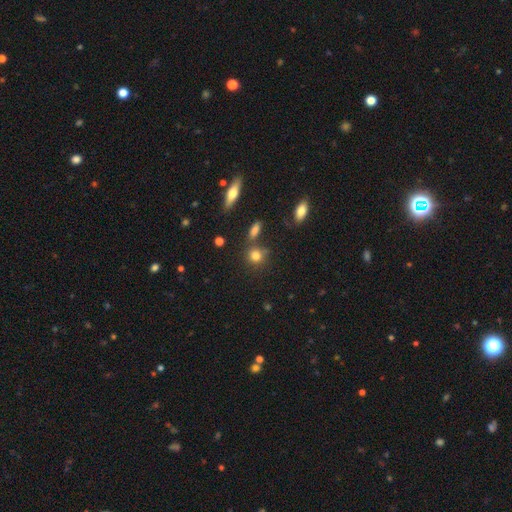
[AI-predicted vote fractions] Smooth or featured?
  - smooth: 80% *
  - star or artifact: 12%
  - featured or disk: 9%
How rounded?
  - round: 80% *
  - in between: 18%
  - cigar-shaped: 3%
Merging?
  - none: 72% *
  - merger: 13%
  - minor disturbance: 12%
  - major disturbance: 4%